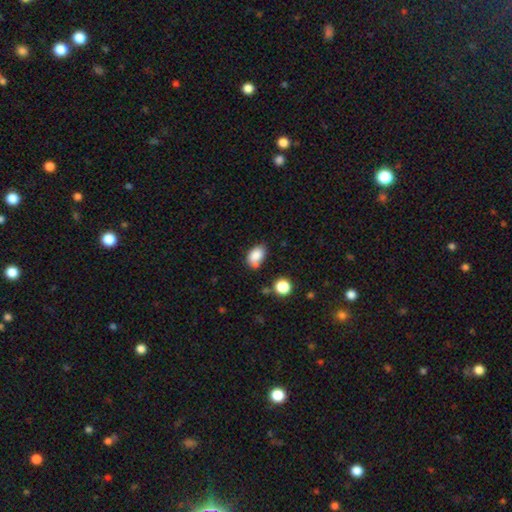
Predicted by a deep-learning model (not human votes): This appears to be a smooth galaxy with no disk features (84%) that is in between round and cigar-shaped (86%). Merging: none (59%).